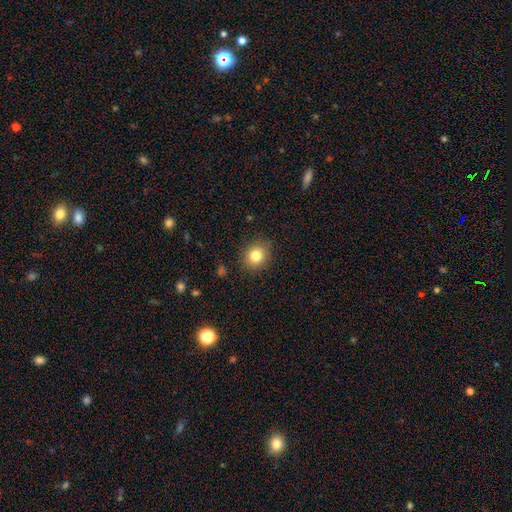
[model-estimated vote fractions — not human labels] A smooth galaxy with no disk features (81%) that is round (78%).

Vote fractions:
- Smooth or featured? smooth: 81% / star or artifact: 11% / featured or disk: 8%
- How rounded? round: 78% / in between: 21% / cigar-shaped: 1%
- Merging? none: 87% / minor disturbance: 9% / major disturbance: 3% / merger: 1%